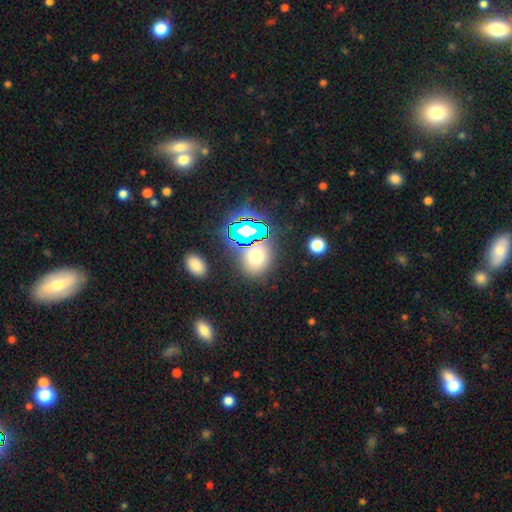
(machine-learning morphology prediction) Q: Smooth or featured?
A: smooth (58%); runner-up: star or artifact (32%)
Q: How rounded?
A: round (58%); runner-up: in between (41%)
Q: Merging?
A: none (76%); runner-up: minor disturbance (10%)